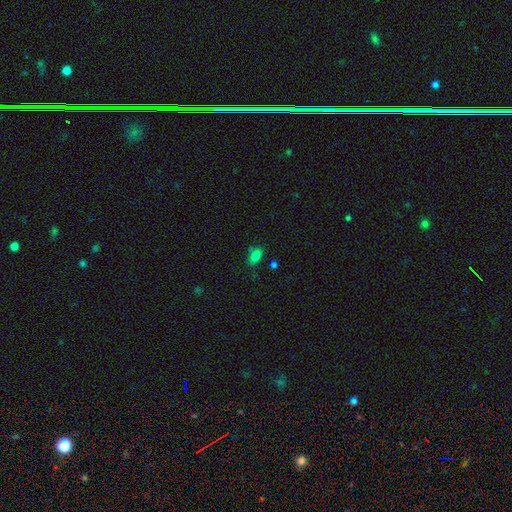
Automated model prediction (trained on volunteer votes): smooth 79%, star or artifact 14%, featured or disk 6%. Down the decision tree: how rounded — in between (85%); merging — none (70%).